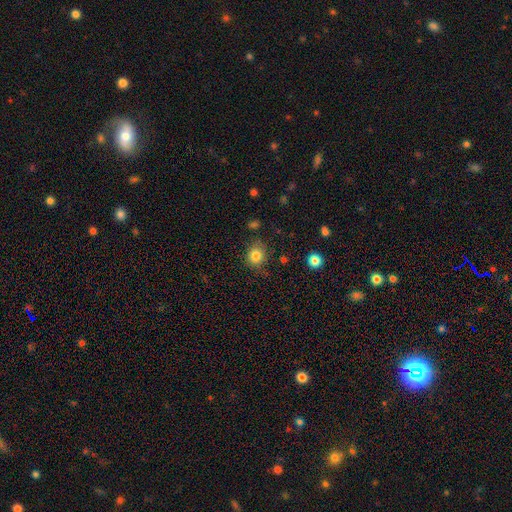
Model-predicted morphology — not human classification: A smooth galaxy with no disk features (83%) that is round (77%).

Vote fractions:
- Smooth or featured? smooth: 83% / star or artifact: 11% / featured or disk: 6%
- How rounded? round: 77% / in between: 22% / cigar-shaped: 1%
- Merging? none: 77% / minor disturbance: 16% / major disturbance: 4% / merger: 3%